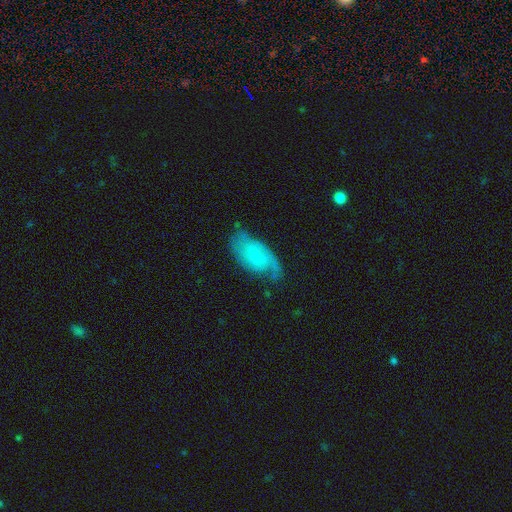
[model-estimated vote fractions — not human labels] A featured or disk galaxy (63%) with no bar (69%), 2 (64%) medium (43%) spiral arms (90%) and a small central bulge (61%).

Vote fractions:
- Smooth or featured? featured or disk: 63% / smooth: 30% / star or artifact: 7%
- Edge-on disk? no: 95% / yes: 5%
- Bar? no: 69% / weak: 28% / strong: 4%
- Spiral arms? yes: 90% / no: 10%
- Spiral winding? medium: 43% / loose: 29% / tight: 28%
- Spiral arm count? 2: 64% / can't tell: 15% / 1: 15% / 3: 4% / 4: 2% / more than 4: 2%
- Bulge size? small: 61% / none: 21% / moderate: 15% / large: 2% / dominant: 1%
- Merging? none: 57% / minor disturbance: 27% / major disturbance: 14% / merger: 2%